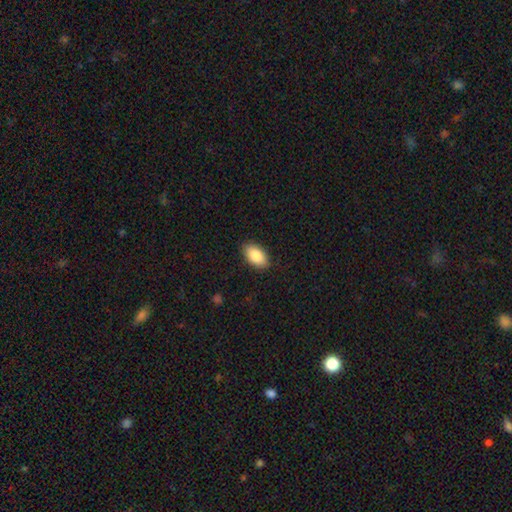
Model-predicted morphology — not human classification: type=smooth (87%); roundness=in between (94%); merging=none (88%).